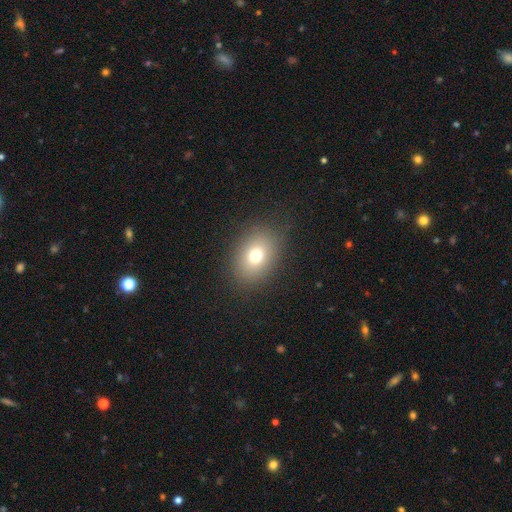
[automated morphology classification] smooth 74%, star or artifact 14%, featured or disk 13%. Down the decision tree: how rounded — in between (65%); merging — none (85%).